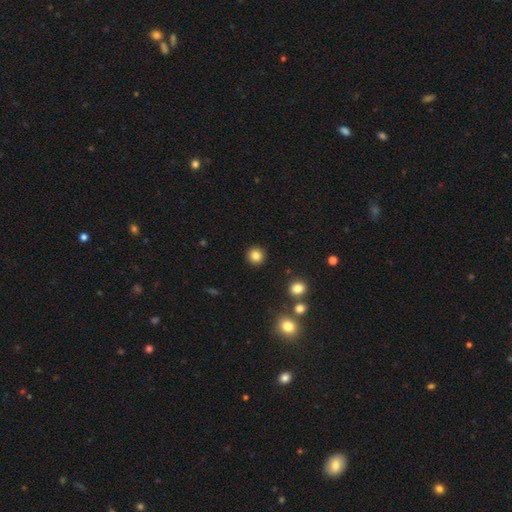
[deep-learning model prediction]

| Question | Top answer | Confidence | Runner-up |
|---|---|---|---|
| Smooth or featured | smooth | 84% | star or artifact (11%) |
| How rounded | round | 93% | in between (6%) |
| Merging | none | 92% | minor disturbance (5%) |